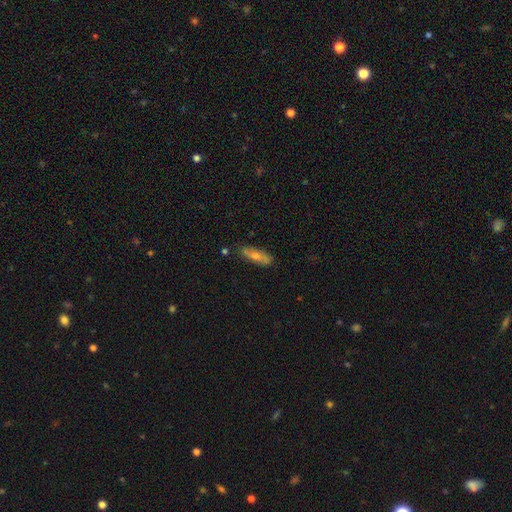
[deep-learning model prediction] The model was most divided on "how rounded": cigar-shaped: 56%, in between: 41%, round: 3%. More confident: merging — none (83%); smooth or featured — smooth (53%).